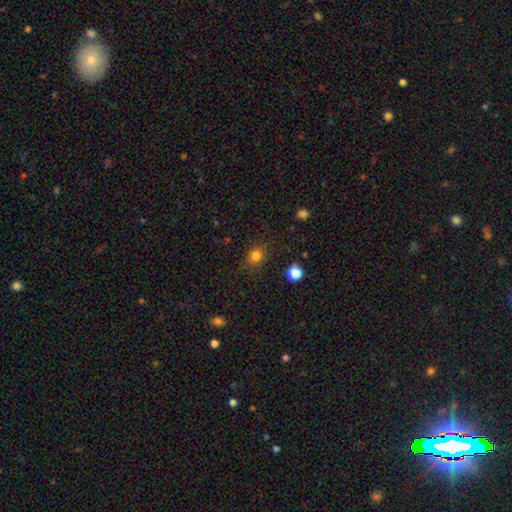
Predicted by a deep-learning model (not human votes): Smooth or featured: smooth — 80% (star or artifact — 14%)
How rounded: round — 65% (in between — 34%)
Merging: none — 82% (minor disturbance — 12%)